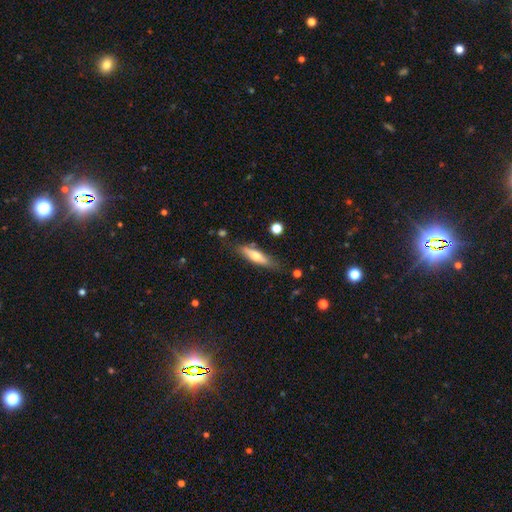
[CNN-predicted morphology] This is possibly a smooth galaxy (58%). How rounded: likely cigar-shaped (66%). Merging: likely none (75%).